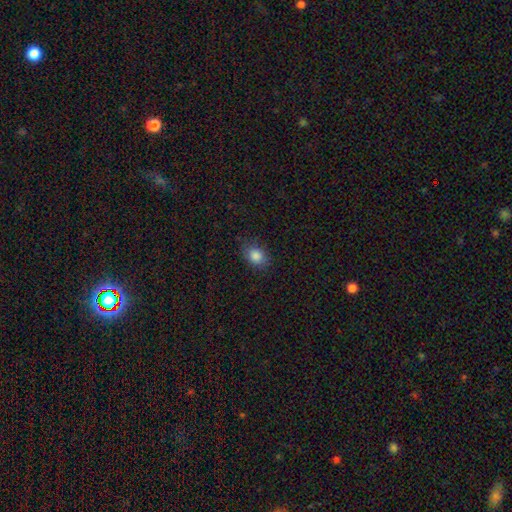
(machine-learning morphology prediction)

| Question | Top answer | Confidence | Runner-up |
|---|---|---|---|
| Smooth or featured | smooth | 85% | star or artifact (10%) |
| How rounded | in between | 60% | round (38%) |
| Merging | none | 82% | minor disturbance (14%) |